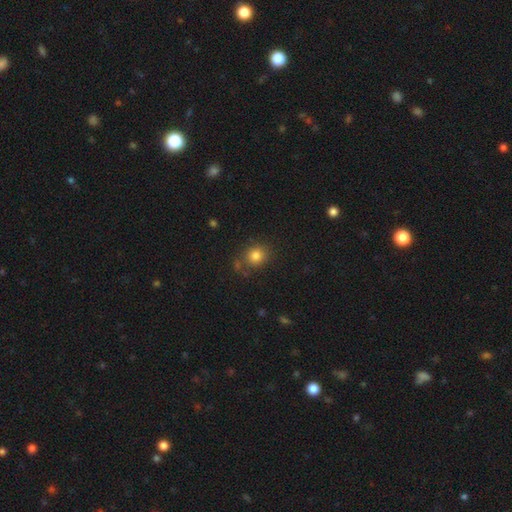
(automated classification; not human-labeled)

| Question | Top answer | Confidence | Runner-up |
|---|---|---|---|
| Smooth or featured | smooth | 81% | star or artifact (12%) |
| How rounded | round | 77% | in between (22%) |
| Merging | none | 76% | minor disturbance (13%) |